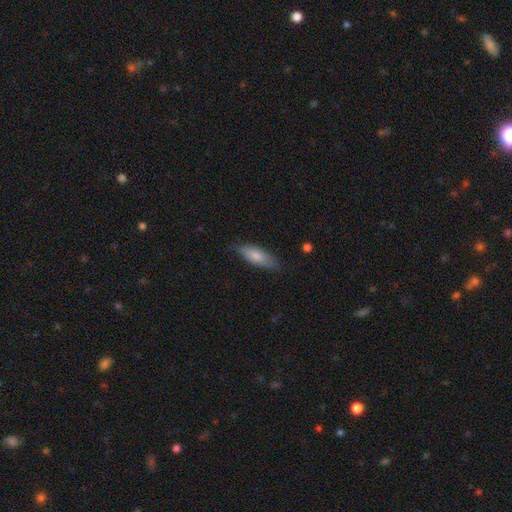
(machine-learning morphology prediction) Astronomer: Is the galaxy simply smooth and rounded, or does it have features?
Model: smooth — 78%.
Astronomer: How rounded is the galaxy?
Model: in between — 63%.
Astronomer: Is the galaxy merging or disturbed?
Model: none — 78%.